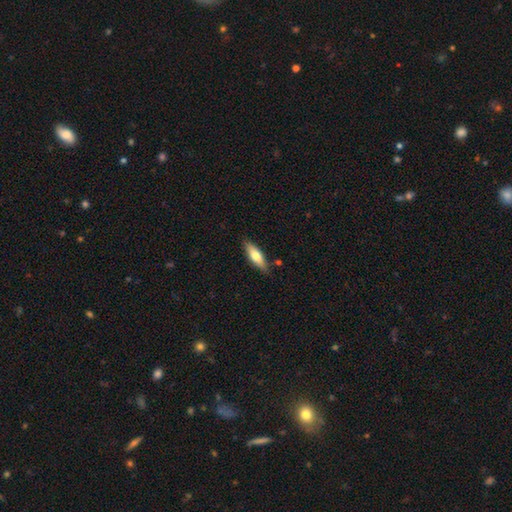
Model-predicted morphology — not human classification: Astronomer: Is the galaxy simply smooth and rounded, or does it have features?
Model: smooth — 64%.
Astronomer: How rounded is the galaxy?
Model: cigar-shaped — 51% (runner-up: in between, 47%).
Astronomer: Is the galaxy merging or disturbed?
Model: none — 83%.